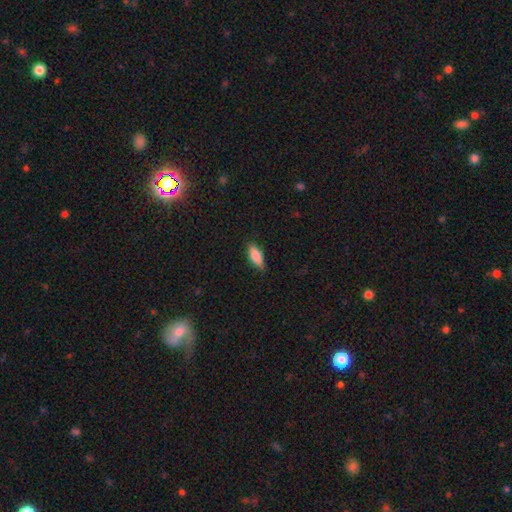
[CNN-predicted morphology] Smooth or featured? Predicted: smooth (p=0.82). How rounded? Predicted: in between (p=0.75). Merging? Predicted: none (p=0.79).